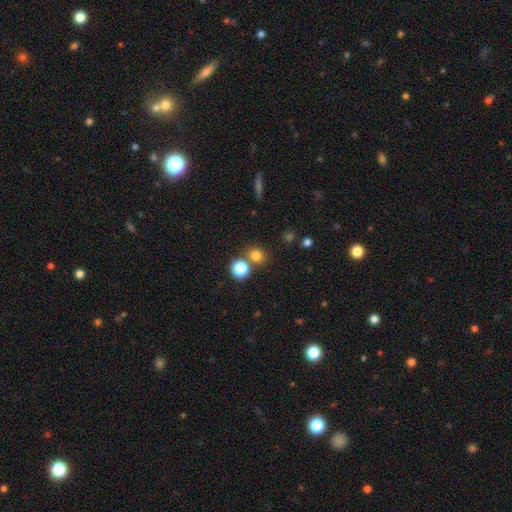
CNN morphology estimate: A smooth galaxy with no disk features (78%) that is round (75%).

Vote fractions:
- Smooth or featured? smooth: 78% / star or artifact: 16% / featured or disk: 6%
- How rounded? round: 75% / in between: 24% / cigar-shaped: 1%
- Merging? none: 69% / merger: 20% / minor disturbance: 8% / major disturbance: 3%